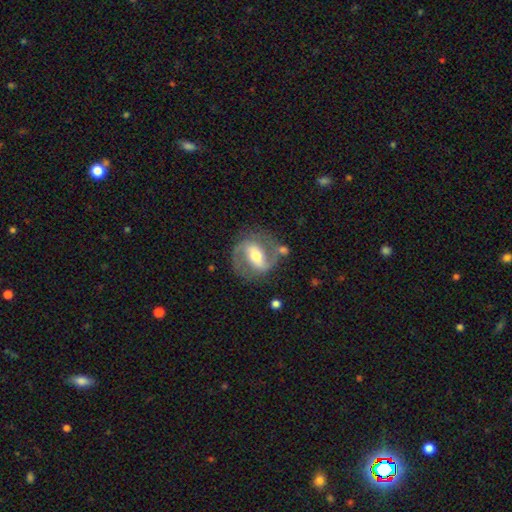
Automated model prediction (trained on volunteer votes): Overall: featured or disk (82%). Edge-on disk: no (96%). Bar: strong (52%; weak 34%). Spiral arms: yes (89%). Spiral arm count: 2 (89%). Spiral winding: medium (54%; loose 23%). Bulge size: moderate (68%). Merging: none (74%).